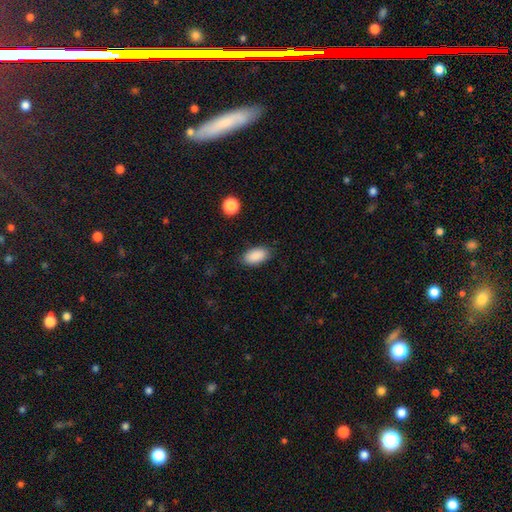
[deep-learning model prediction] This appears to be a smooth galaxy with no disk features (90%) that is in between round and cigar-shaped (94%). Merging: none (86%).